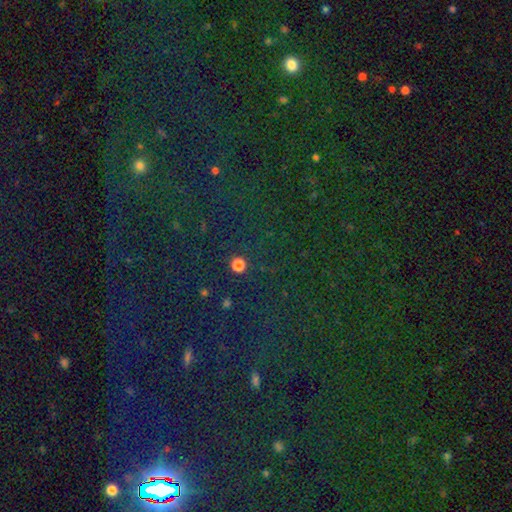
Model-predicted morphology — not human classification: Smooth or featured?
  - star or artifact: 78% *
  - smooth: 15%
  - featured or disk: 7%